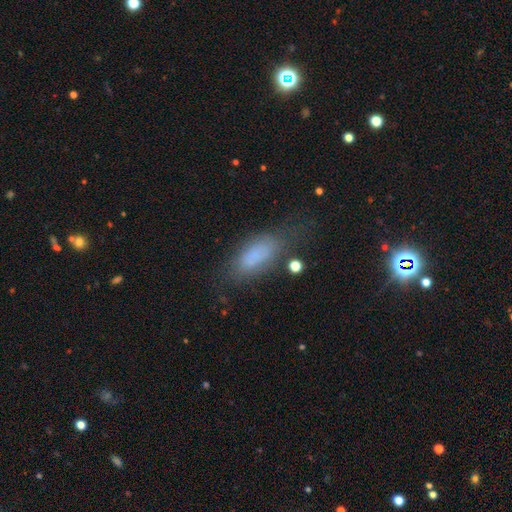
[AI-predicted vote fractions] Smooth or featured? Predicted: smooth (p=0.75). How rounded? Predicted: in between (p=0.81). Merging? Predicted: none (p=0.55).